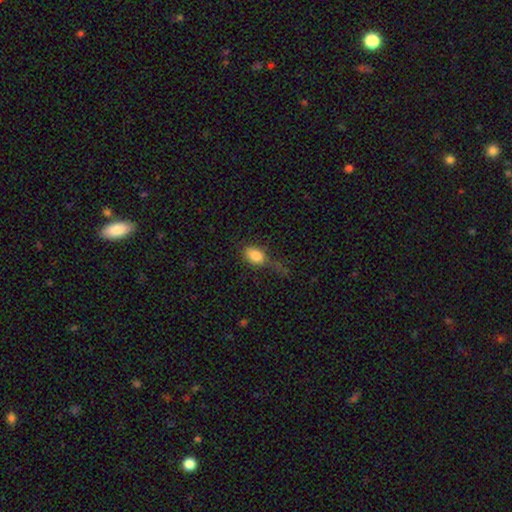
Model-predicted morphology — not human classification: Smooth or featured? Predicted: smooth (p=0.84). How rounded? Predicted: in between (p=0.85). Merging? Predicted: none (p=0.39).